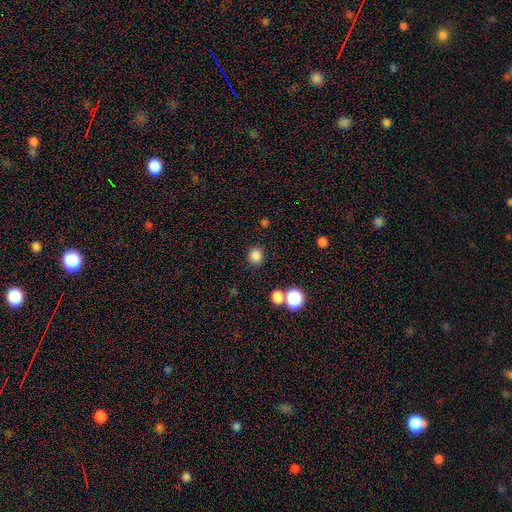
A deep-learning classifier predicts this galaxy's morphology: A smooth galaxy with no disk features (83%) that is round (77%).

Vote fractions:
- Smooth or featured? smooth: 83% / star or artifact: 13% / featured or disk: 4%
- How rounded? round: 77% / in between: 22% / cigar-shaped: 1%
- Merging? none: 83% / minor disturbance: 9% / merger: 6% / major disturbance: 3%